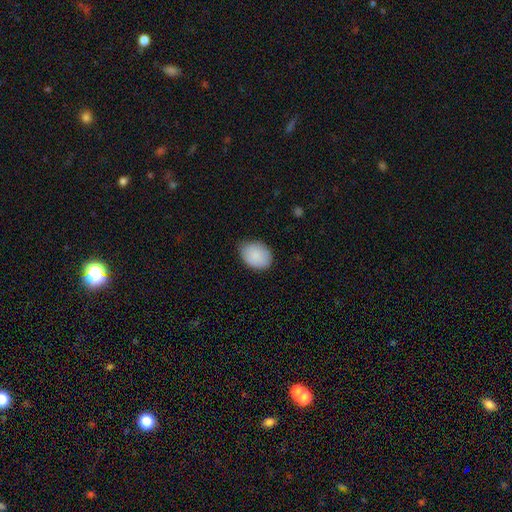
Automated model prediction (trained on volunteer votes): Smooth or featured? smooth (89%)
How rounded? in between (71%)
Merging? none (72%)